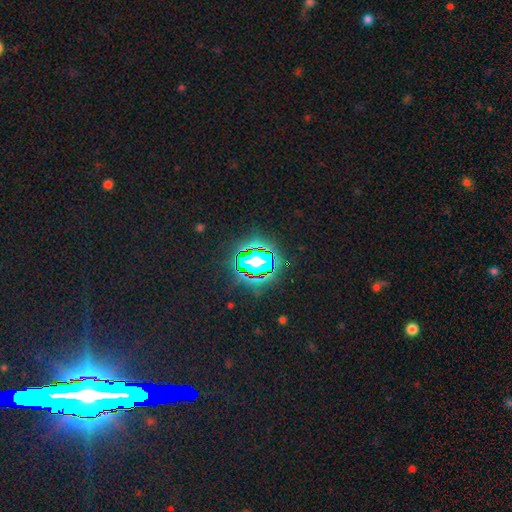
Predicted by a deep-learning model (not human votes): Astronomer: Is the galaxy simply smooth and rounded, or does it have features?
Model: star or artifact — 75%.